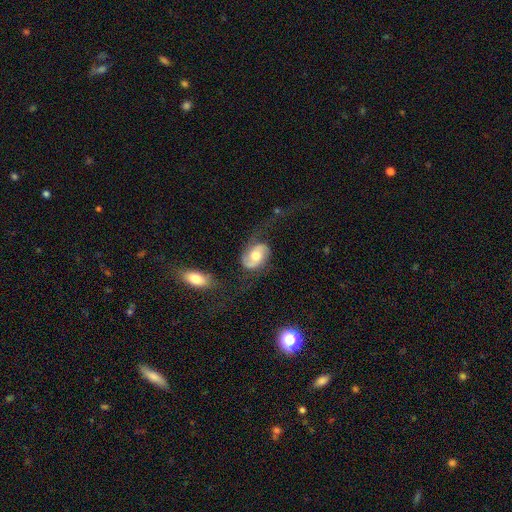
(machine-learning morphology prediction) Overall: featured or disk (66%; smooth 27%). Edge-on disk: no (96%). Bar: no (59%; weak 32%). Spiral arms: yes (88%). Spiral arm count: 2 (86%). Spiral winding: loose (41%, tied with medium). Bulge size: moderate (72%). Merging: none (54%; minor disturbance 21%).